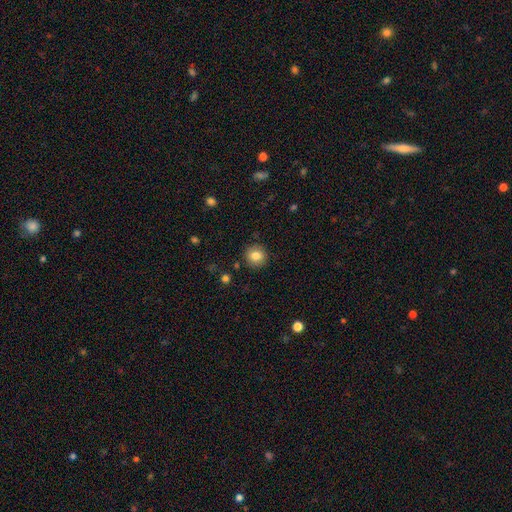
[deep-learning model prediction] Smooth or featured? Predicted: smooth (p=0.83). How rounded? Predicted: round (p=0.89). Merging? Predicted: none (p=0.90).